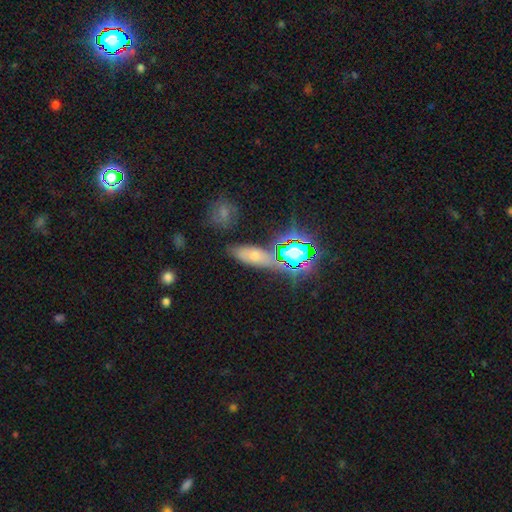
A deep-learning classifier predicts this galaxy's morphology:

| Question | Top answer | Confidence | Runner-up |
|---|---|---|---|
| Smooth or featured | smooth | 49% | star or artifact (32%) |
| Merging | none | 74% | minor disturbance (14%) |